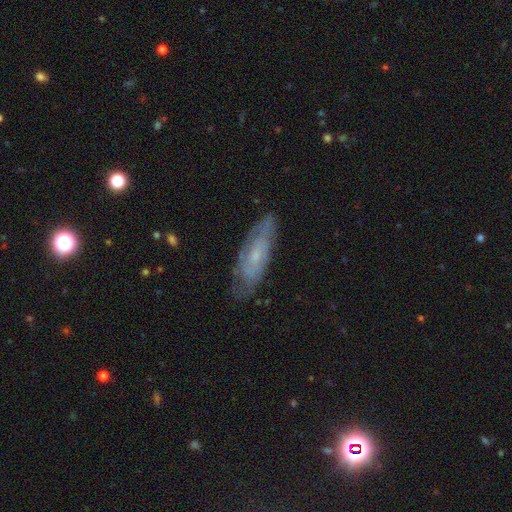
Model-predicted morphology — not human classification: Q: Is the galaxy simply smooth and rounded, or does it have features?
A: featured or disk — 64%.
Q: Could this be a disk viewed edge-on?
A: no — 79%.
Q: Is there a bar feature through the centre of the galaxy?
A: no — 67%.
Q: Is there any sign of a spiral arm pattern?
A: yes — 82%.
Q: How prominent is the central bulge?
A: small — 66%.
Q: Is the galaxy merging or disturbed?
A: none — 73%.